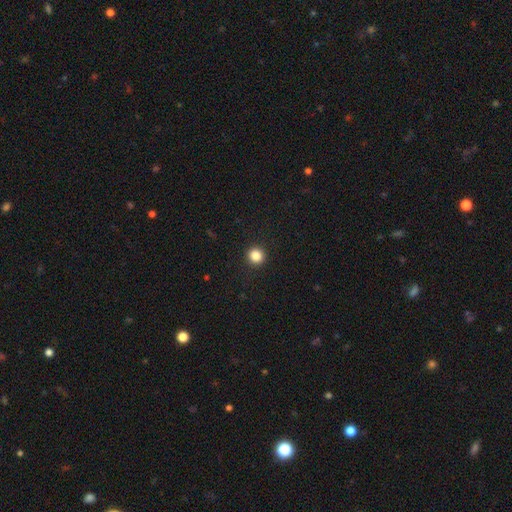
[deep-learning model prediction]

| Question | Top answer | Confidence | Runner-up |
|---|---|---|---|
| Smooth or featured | smooth | 85% | star or artifact (11%) |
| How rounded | round | 93% | in between (6%) |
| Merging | none | 93% | minor disturbance (5%) |